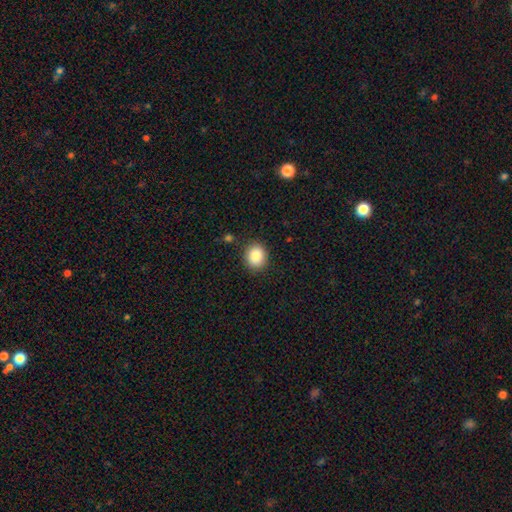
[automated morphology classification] Smooth or featured: smooth — 88% (star or artifact — 8%)
How rounded: round — 71% (in between — 28%)
Merging: none — 87% (minor disturbance — 9%)